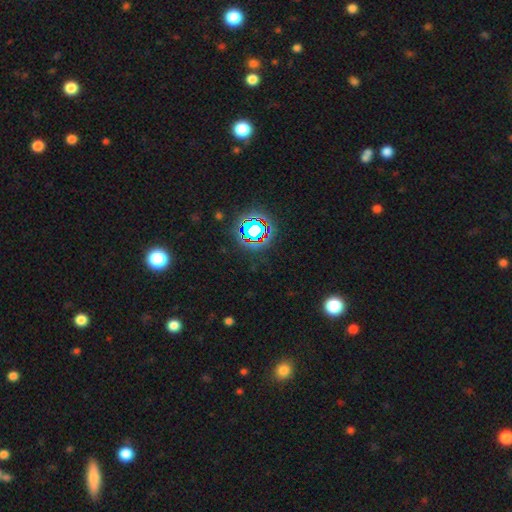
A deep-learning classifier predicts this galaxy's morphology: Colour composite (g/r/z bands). It shows a star or artifact, not a galaxy (76%).